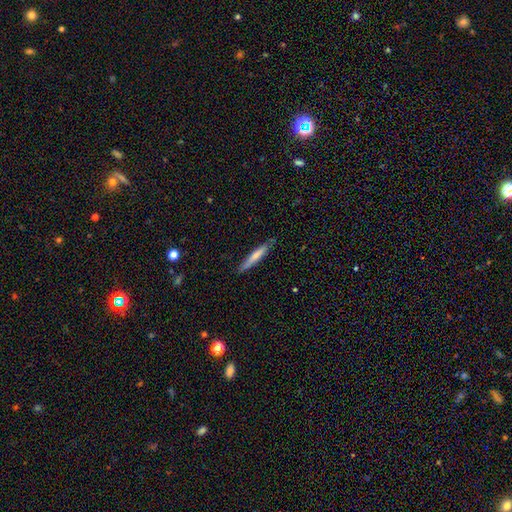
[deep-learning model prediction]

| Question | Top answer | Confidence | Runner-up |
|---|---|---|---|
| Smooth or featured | smooth | 63% | featured or disk (31%) |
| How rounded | cigar-shaped | 94% | in between (5%) |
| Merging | none | 84% | minor disturbance (12%) |